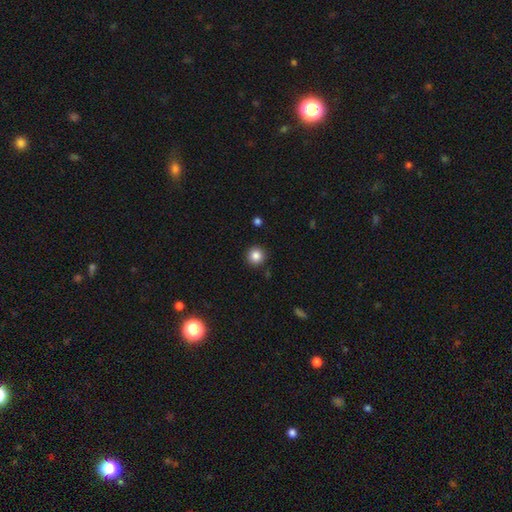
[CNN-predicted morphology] smooth_or_featured: smooth (p=0.85) [alt: star or artifact p=0.10]
how_rounded: round (p=0.95) [alt: in between p=0.04]
merging: none (p=0.91) [alt: minor disturbance p=0.05]